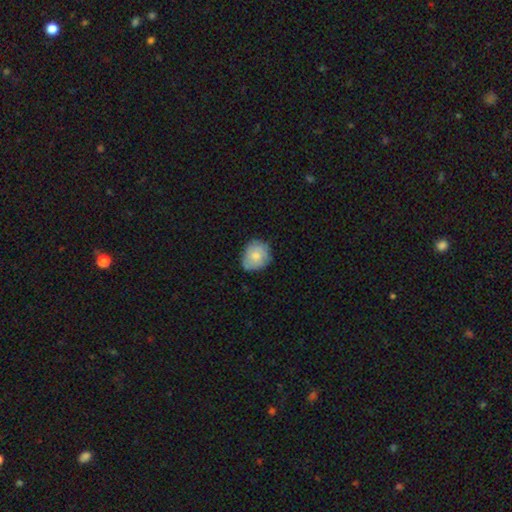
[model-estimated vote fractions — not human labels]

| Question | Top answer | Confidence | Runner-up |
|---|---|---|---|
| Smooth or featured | smooth | 76% | featured or disk (17%) |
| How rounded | round | 62% | in between (37%) |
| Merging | none | 64% | minor disturbance (29%) |